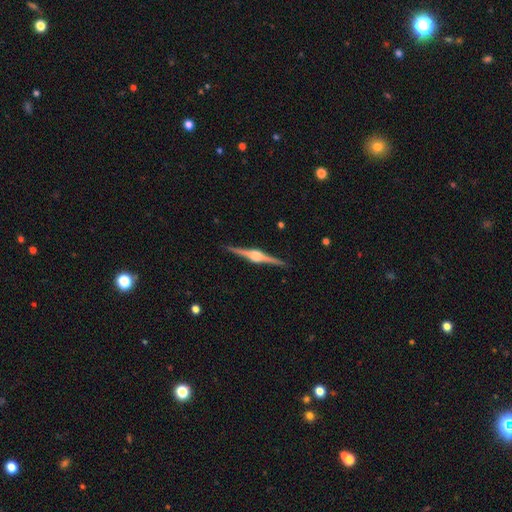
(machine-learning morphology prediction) Smooth or featured?
  - featured or disk: 89% *
  - smooth: 6%
  - star or artifact: 4%
Edge-on disk?
  - yes: 99% *
  - no: 1%
Edge-on bulge?
  - rounded: 92% *
  - boxy: 7%
  - none: 2%
Merging?
  - none: 92% *
  - minor disturbance: 6%
  - major disturbance: 1%
  - merger: 1%